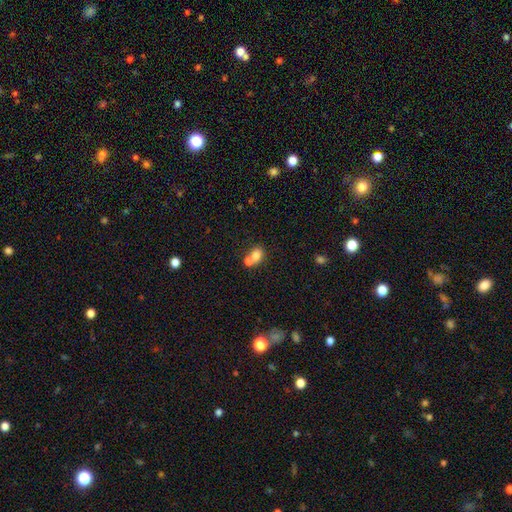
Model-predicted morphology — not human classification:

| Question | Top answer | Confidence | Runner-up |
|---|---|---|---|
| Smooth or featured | smooth | 76% | featured or disk (13%) |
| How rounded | in between | 50% | round (49%) |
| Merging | merger | 56% | none (33%) |